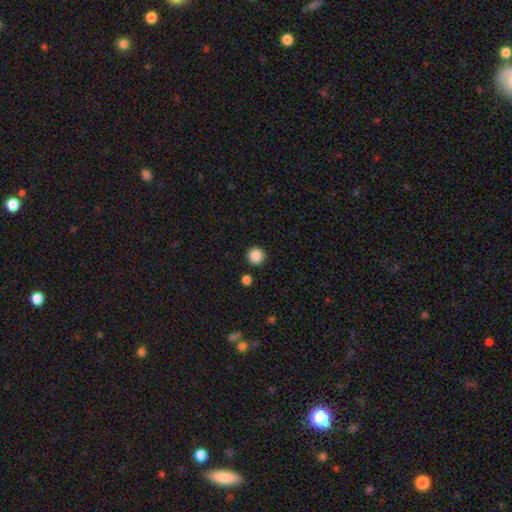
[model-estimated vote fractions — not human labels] A smooth galaxy with no disk features (88%) that is round (95%). Merging: none (90%).